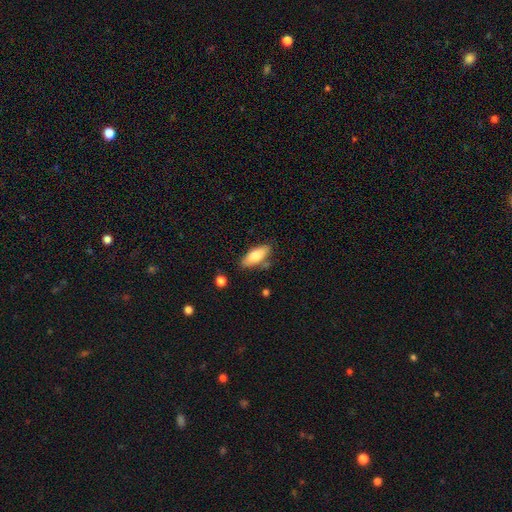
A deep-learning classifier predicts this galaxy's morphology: Smooth or featured?
  - smooth: 80% *
  - featured or disk: 14%
  - star or artifact: 6%
How rounded?
  - in between: 75% *
  - cigar-shaped: 23%
  - round: 2%
Merging?
  - none: 77% *
  - minor disturbance: 15%
  - merger: 5%
  - major disturbance: 3%